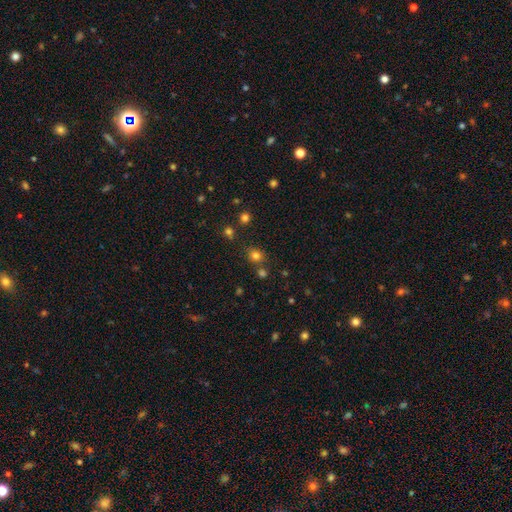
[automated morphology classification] Smooth or featured? Predicted: smooth (p=0.75). How rounded? Predicted: round (p=0.75). Merging? Predicted: none (p=0.74).